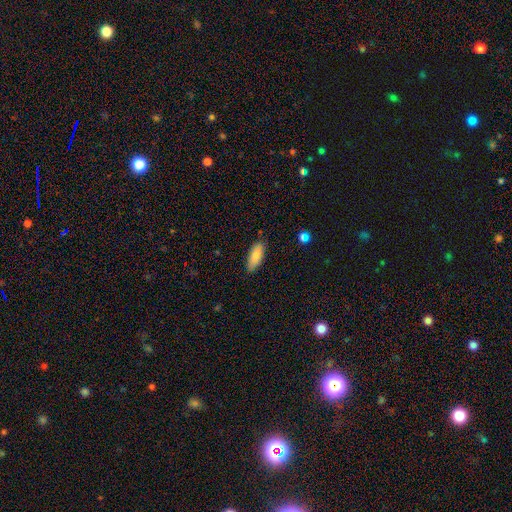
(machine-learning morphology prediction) A smooth galaxy with no disk features (82%) that is in between round and cigar-shaped (82%). Merging: none (82%).